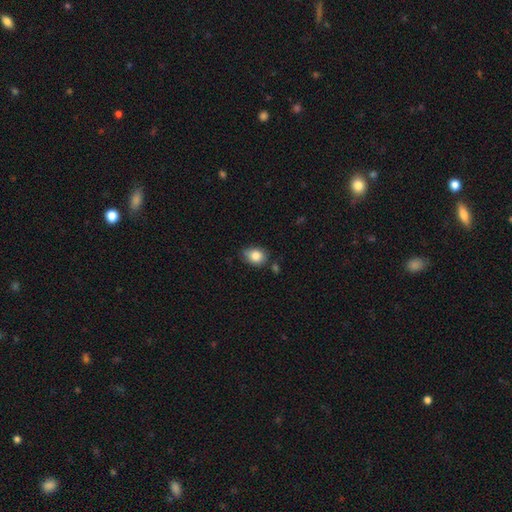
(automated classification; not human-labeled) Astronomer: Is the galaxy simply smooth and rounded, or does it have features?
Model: smooth — 84%.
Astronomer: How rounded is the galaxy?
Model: in between — 51% (runner-up: round, 48%).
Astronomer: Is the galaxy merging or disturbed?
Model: none — 67%.